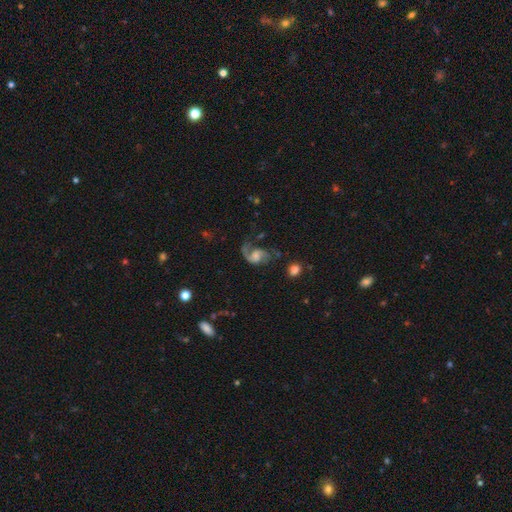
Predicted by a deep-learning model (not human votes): Smooth or featured? Predicted: featured or disk (p=0.79). Edge-on disk? Predicted: no (p=0.97). Bar? Predicted: no (p=0.50). Spiral arms? Predicted: yes (p=0.94). Spiral winding? Predicted: loose (p=0.53). Spiral arm count? Predicted: 2 (p=0.71). Bulge size? Predicted: moderate (p=0.34). Merging? Predicted: none (p=0.46).